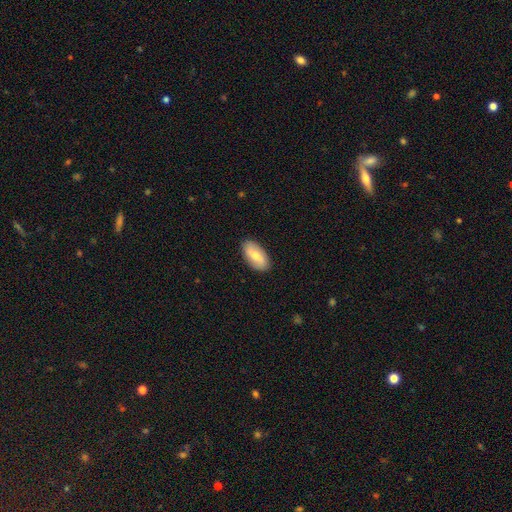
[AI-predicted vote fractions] This is likely a smooth galaxy (62%). How rounded: clearly in between (91%). Merging: clearly none (88%).